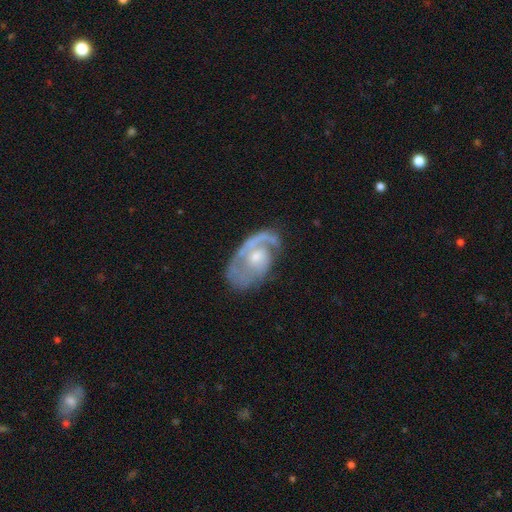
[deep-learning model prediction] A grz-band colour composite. It shows a featured or disk galaxy (80%) with no bar (72%), 1 (57%) tight (43%) spiral arms (85%) and a moderate central bulge (45%). Merging: none (53%).